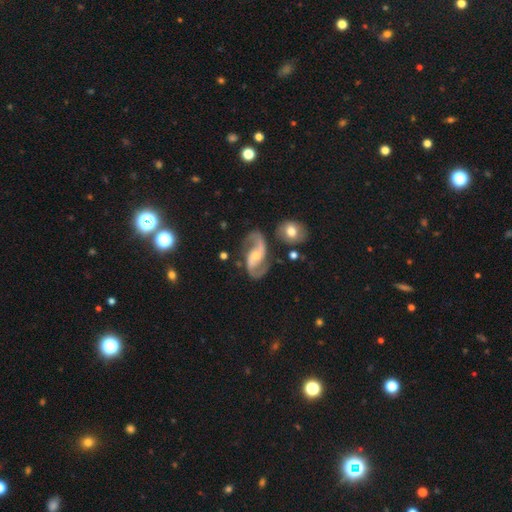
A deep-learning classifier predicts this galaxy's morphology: type=featured or disk (90%); edge-on=no (97%); bar=weak (39%); spiral arms=yes (97%); winding=medium (47%); arm count=2 (93%); bulge=moderate (49%); merging=none (72%).